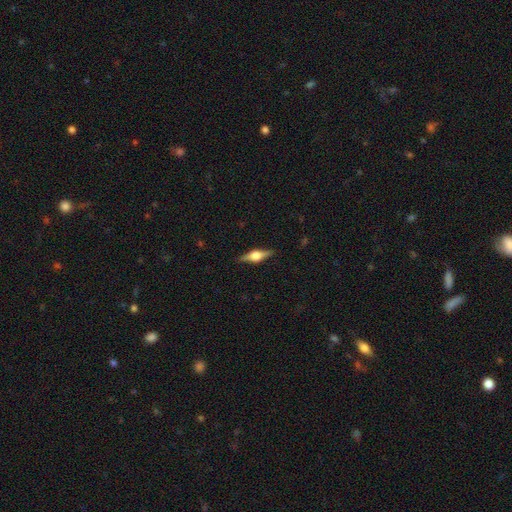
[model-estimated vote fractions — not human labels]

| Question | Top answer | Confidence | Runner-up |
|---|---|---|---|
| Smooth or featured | featured or disk | 73% | smooth (21%) |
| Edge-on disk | yes | 97% | no (3%) |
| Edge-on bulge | rounded | 91% | boxy (7%) |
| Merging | none | 89% | minor disturbance (8%) |